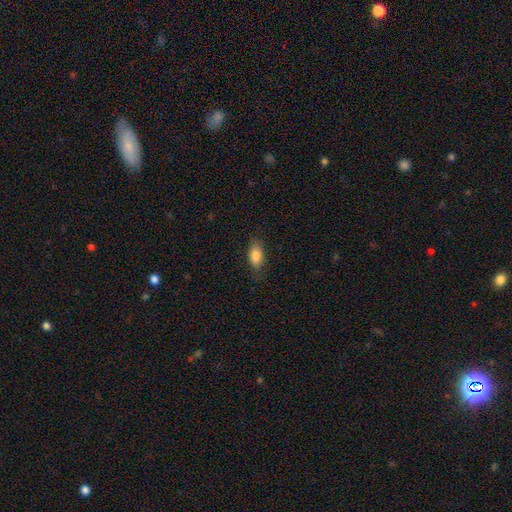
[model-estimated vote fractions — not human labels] This appears to be a smooth galaxy with no disk features (84%) that is in between round and cigar-shaped (88%). Merging: none (81%).